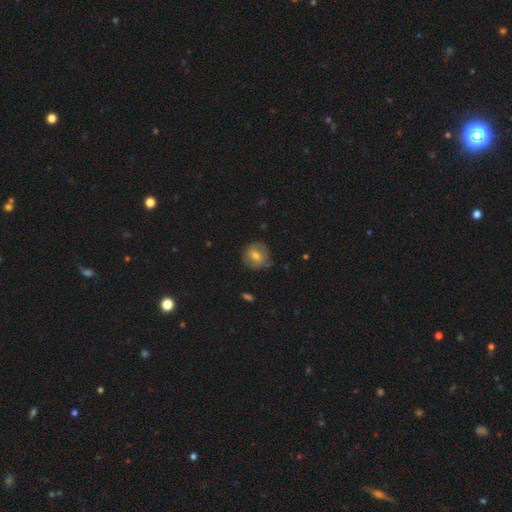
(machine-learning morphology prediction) Smooth or featured? smooth (66%)
How rounded? round (87%)
Merging? none (79%)